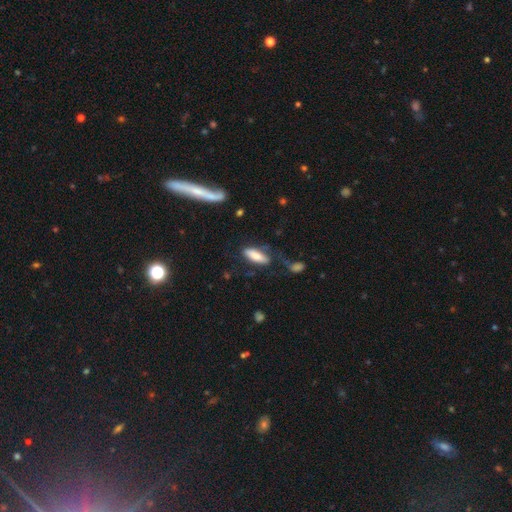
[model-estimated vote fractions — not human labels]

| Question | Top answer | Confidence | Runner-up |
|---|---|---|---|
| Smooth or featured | smooth | 75% | featured or disk (18%) |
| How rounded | in between | 65% | cigar-shaped (33%) |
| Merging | none | 56% | minor disturbance (22%) |